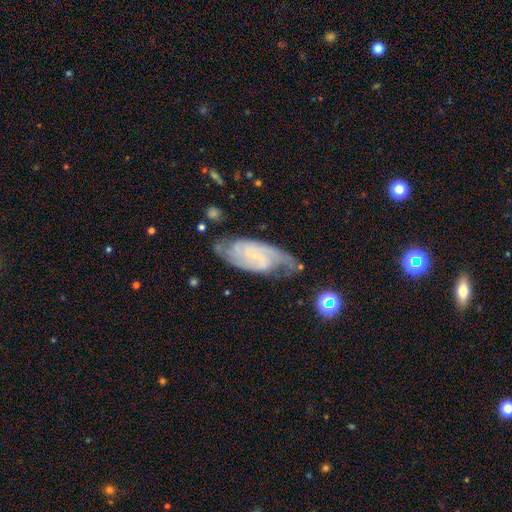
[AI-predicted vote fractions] Smooth or featured: featured or disk — 72% (smooth — 17%)
Edge-on disk: no — 92% (yes — 8%)
Bar: no — 57% (weak — 33%)
Spiral arms: yes — 93% (no — 7%)
Spiral winding: tight — 49% (medium — 38%)
Spiral arm count: 2 — 56% (can't tell — 22%)
Bulge size: small — 45% (none — 42%)
Merging: none — 65% (minor disturbance — 22%)